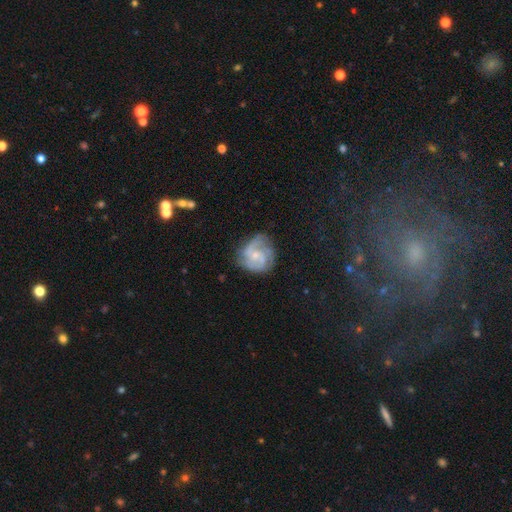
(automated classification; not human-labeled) Morphology: type=featured or disk (75%); edge-on=no (98%); bar=no (67%); spiral arms=yes (90%); winding=medium (44%); arm count=2 (37%); bulge=small (64%); merging=none (61%).